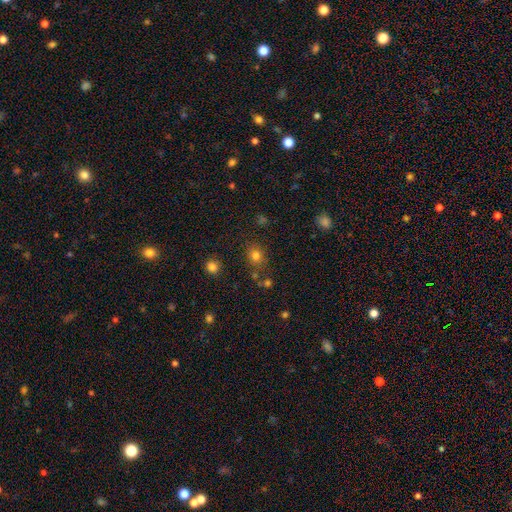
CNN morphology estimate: This is likely a smooth galaxy (78%). How rounded: likely round (69%). Merging: likely none (76%).